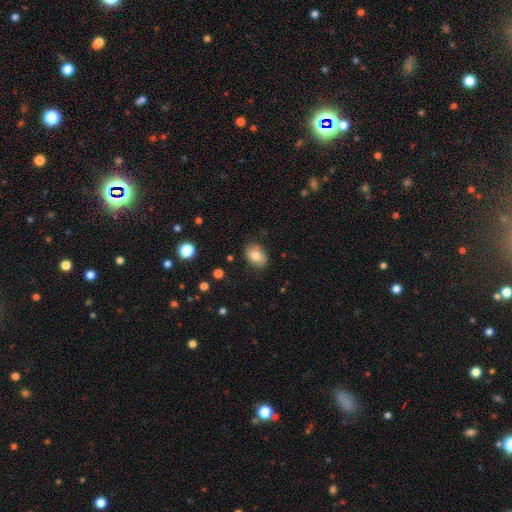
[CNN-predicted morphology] smooth_or_featured: smooth (p=0.80) [alt: featured or disk p=0.11]
how_rounded: in between (p=0.76) [alt: round p=0.23]
merging: none (p=0.82) [alt: minor disturbance p=0.13]